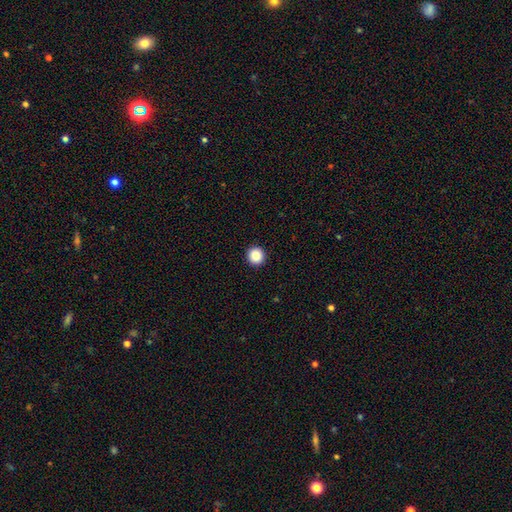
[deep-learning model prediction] This appears to be a smooth galaxy with no disk features (87%) that is round (95%). Merging: none (94%).